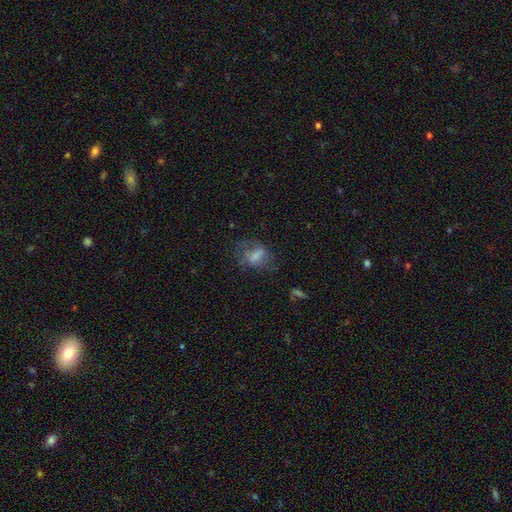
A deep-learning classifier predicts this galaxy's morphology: This is possibly a smooth galaxy (48%). Merging: possibly none (50%).